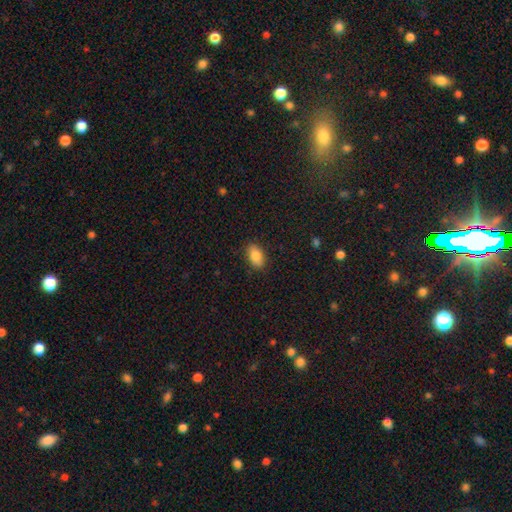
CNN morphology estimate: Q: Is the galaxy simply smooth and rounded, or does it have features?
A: smooth — 86%.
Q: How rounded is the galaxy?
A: in between — 91%.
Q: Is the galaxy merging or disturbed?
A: none — 87%.